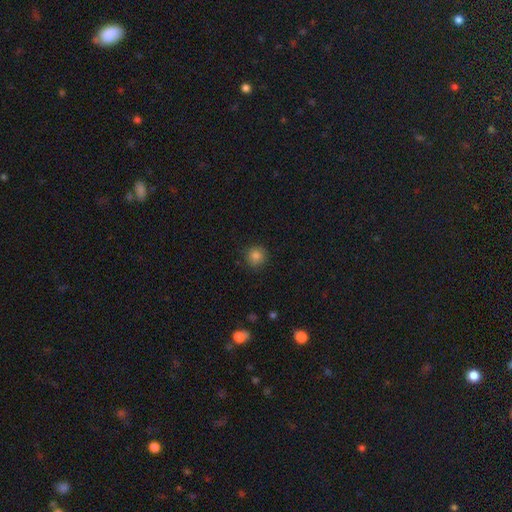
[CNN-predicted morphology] The model was most divided on "smooth or featured": smooth: 84%, star or artifact: 12%, featured or disk: 5%. More confident: how rounded — round (92%); merging — none (87%).